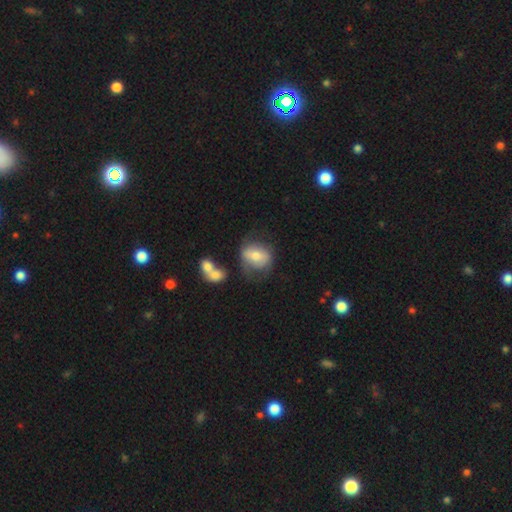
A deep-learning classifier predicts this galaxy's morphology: type=smooth (55%); roundness=in between (50%); merging=none (41%).